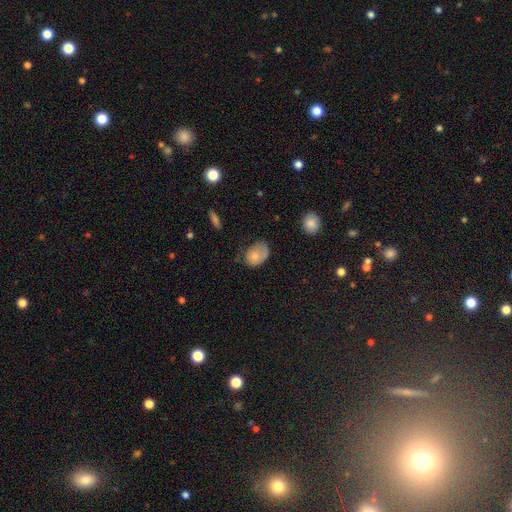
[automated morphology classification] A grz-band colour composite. It shows a smooth galaxy with no disk features (71%) that is in between round and cigar-shaped (72%). Merging: none (39%).